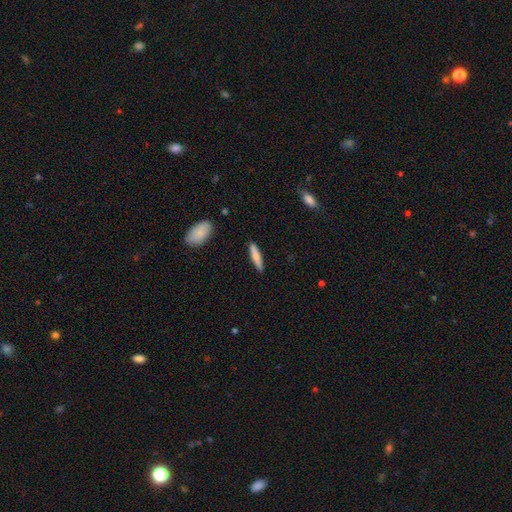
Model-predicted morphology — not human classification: Smooth or featured: smooth — 70% (featured or disk — 24%)
How rounded: cigar-shaped — 86% (in between — 13%)
Merging: none — 88% (minor disturbance — 8%)